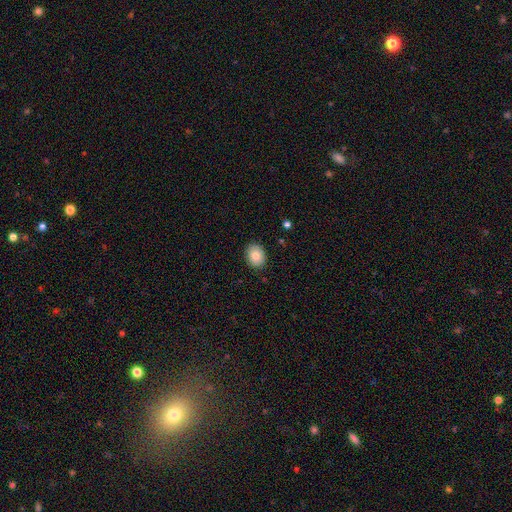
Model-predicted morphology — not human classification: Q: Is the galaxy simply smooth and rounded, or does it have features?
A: smooth — 83%.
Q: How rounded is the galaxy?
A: in between — 54%.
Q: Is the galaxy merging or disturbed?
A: none — 88%.